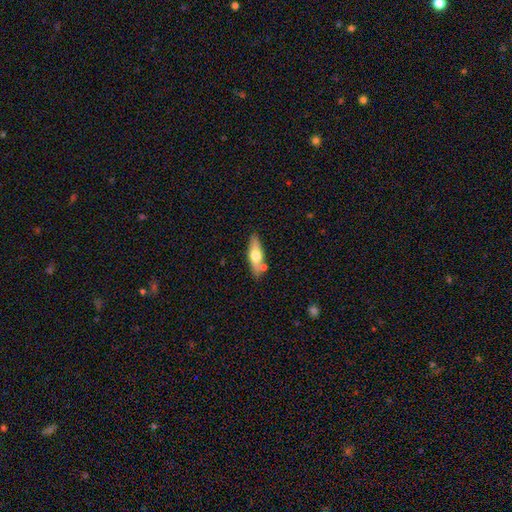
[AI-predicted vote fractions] smooth-or-featured: smooth: 55% | featured or disk: 39% | star or artifact: 6%
  how-rounded: in between: 54% | cigar-shaped: 43% | round: 3%
  merging: none: 76% | minor disturbance: 13% | merger: 8% | major disturbance: 3%